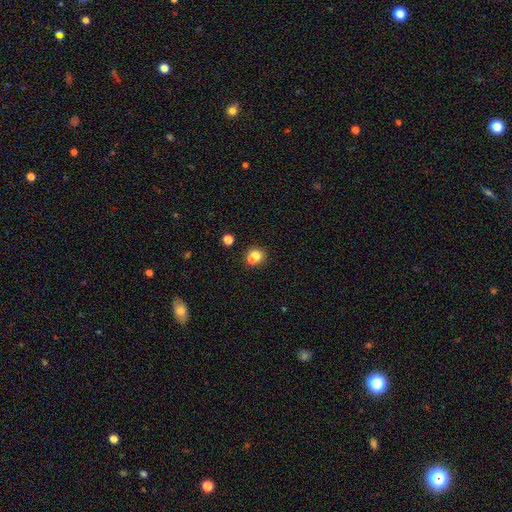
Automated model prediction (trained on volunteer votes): Overall: smooth (72%). How rounded: round (79%). Merging: merger (47%; none 44%).